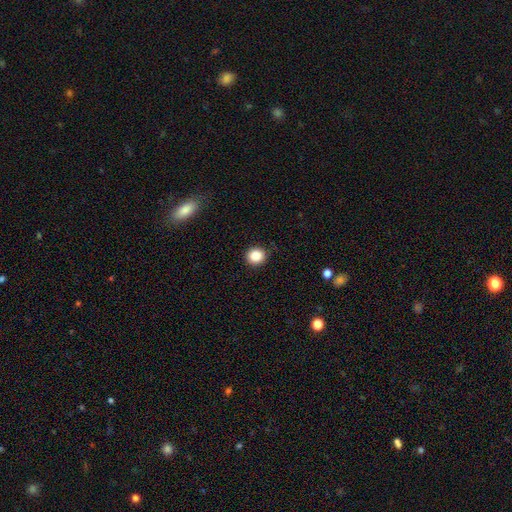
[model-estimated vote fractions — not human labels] This appears to be a smooth galaxy with no disk features (86%) that is round (87%). Merging: none (89%).